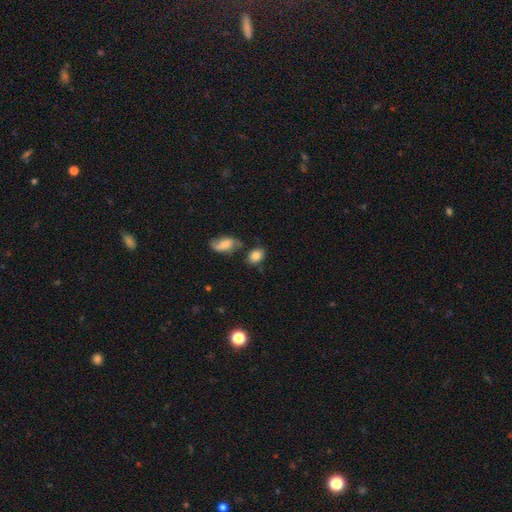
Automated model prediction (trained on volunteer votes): smooth_or_featured: smooth (p=0.80) [alt: featured or disk p=0.11]
how_rounded: in between (p=0.66) [alt: round p=0.33]
merging: none (p=0.67) [alt: minor disturbance p=0.17]